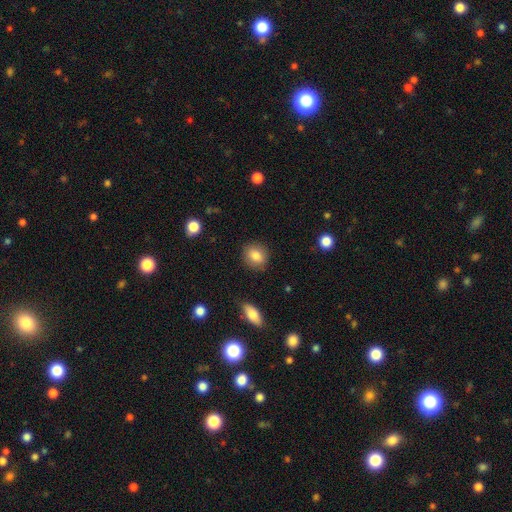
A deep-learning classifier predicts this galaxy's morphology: smooth-or-featured: smooth: 84% | star or artifact: 8% | featured or disk: 8%
  how-rounded: round: 72% | in between: 27% | cigar-shaped: 1%
  merging: none: 88% | minor disturbance: 8% | major disturbance: 2% | merger: 1%